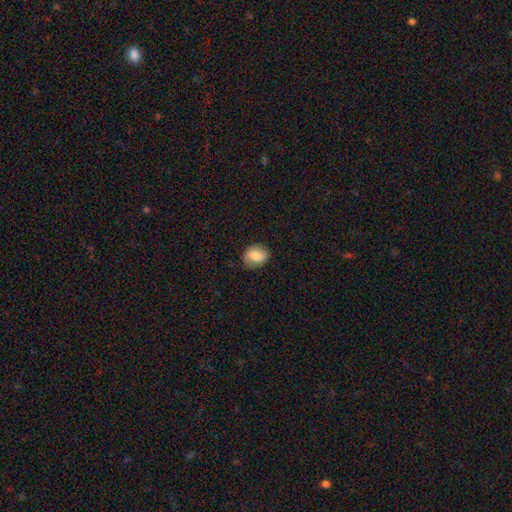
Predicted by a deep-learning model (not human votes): Q: Smooth or featured?
A: smooth (77%); runner-up: featured or disk (15%)
Q: How rounded?
A: in between (50%); runner-up: round (49%)
Q: Merging?
A: none (82%); runner-up: minor disturbance (14%)